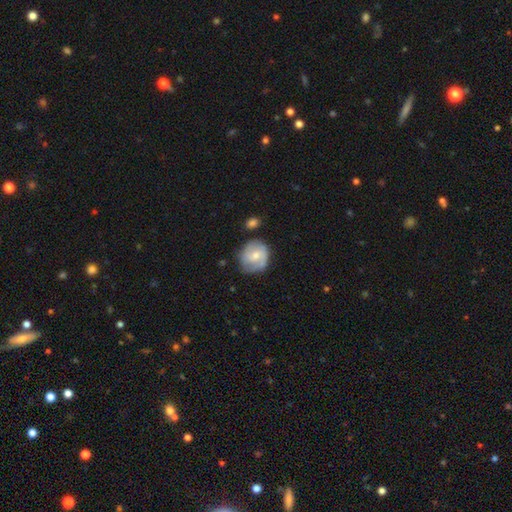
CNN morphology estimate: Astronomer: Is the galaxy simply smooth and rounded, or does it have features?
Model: featured or disk — 54% (runner-up: smooth, 40%).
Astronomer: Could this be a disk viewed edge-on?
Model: no — 97%.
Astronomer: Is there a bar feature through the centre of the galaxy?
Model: no — 55% (runner-up: weak, 39%).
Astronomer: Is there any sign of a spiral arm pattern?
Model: yes — 79%.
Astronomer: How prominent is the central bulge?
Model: moderate — 52% (runner-up: small, 41%).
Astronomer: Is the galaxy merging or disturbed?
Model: none — 60%.